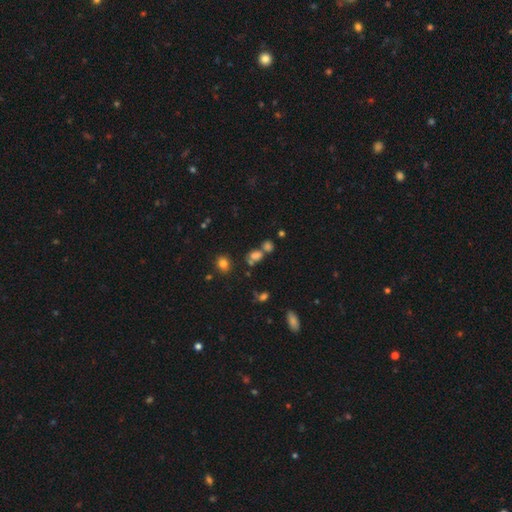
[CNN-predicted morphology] Smooth or featured: smooth — 68% (star or artifact — 21%)
How rounded: in between — 51% (round — 46%)
Merging: none — 43% (merger — 39%)